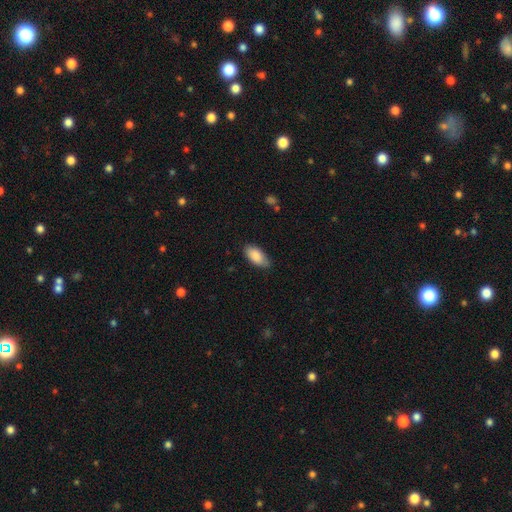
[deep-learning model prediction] This appears to be a smooth galaxy with no disk features (87%) that is in between round and cigar-shaped (92%). Merging: none (79%).